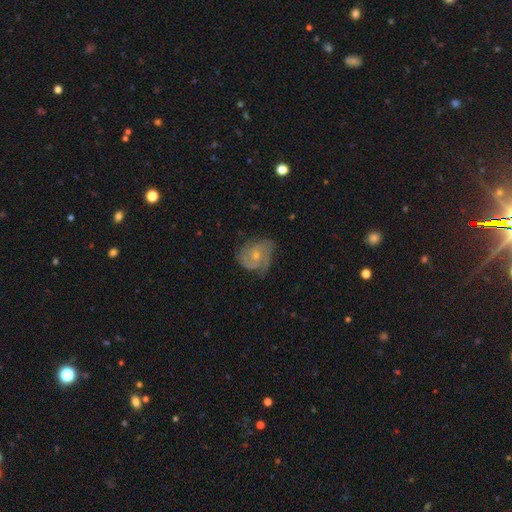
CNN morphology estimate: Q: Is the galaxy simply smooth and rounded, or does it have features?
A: featured or disk — 74%.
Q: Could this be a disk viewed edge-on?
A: no — 98%.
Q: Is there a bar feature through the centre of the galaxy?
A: no — 76%.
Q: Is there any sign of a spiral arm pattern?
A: yes — 92%.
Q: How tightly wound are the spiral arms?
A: tight — 48%.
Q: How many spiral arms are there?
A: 2 — 37%.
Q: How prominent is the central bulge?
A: small — 63%.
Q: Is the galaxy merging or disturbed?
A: none — 61%.